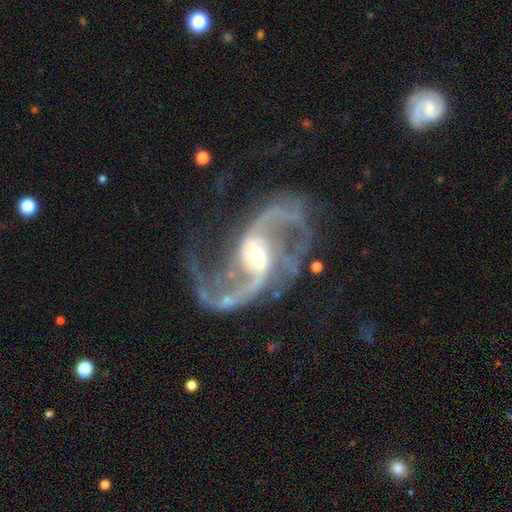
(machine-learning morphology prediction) featured or disk 93%, star or artifact 5%, smooth 2%. Down the decision tree: edge-on disk — no (98%); bar — weak (38%); spiral arms — yes (98%); spiral arm count — 2 (92%); spiral winding — loose (51%); bulge size — small (51%); merging — none (68%).